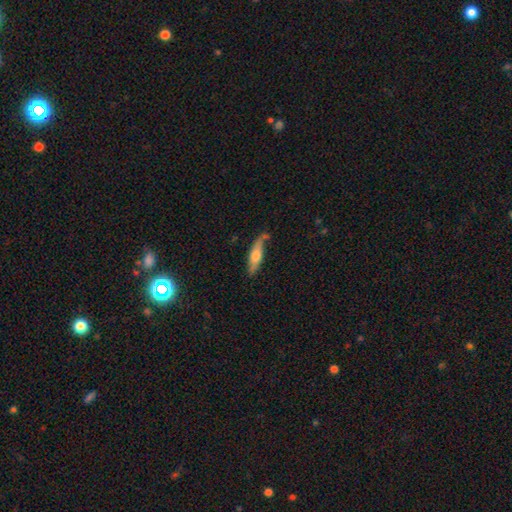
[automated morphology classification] This appears to be a smooth galaxy with no disk features (58%) that is cigar-shaped (69%). Merging: none (68%).